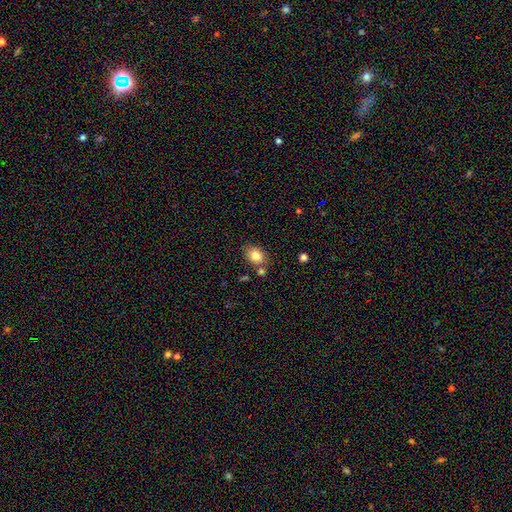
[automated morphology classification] smooth 81%, star or artifact 9%, featured or disk 9%. Down the decision tree: how rounded — in between (64%); merging — none (73%).